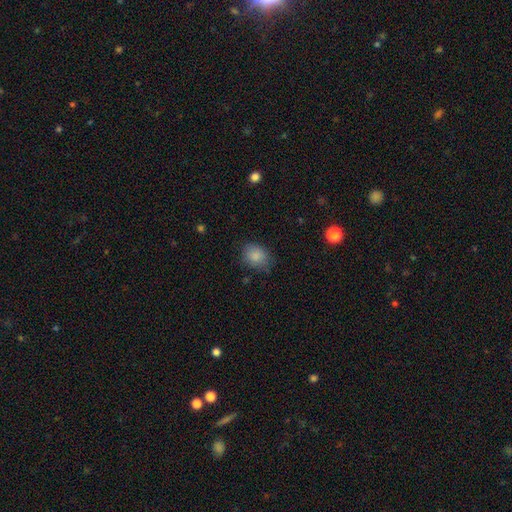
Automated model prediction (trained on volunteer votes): Q: Smooth or featured?
A: smooth (86%); runner-up: star or artifact (9%)
Q: How rounded?
A: in between (56%); runner-up: round (43%)
Q: Merging?
A: none (71%); runner-up: minor disturbance (22%)